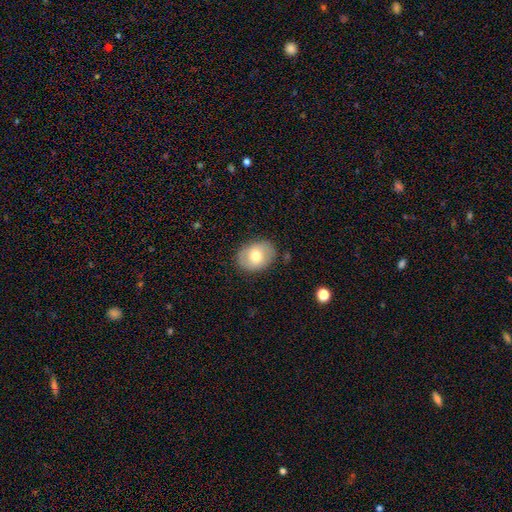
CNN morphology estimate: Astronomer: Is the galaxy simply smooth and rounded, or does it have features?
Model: smooth — 68%.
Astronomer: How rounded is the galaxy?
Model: in between — 62% (runner-up: round, 37%).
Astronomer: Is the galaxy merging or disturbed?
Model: none — 84%.